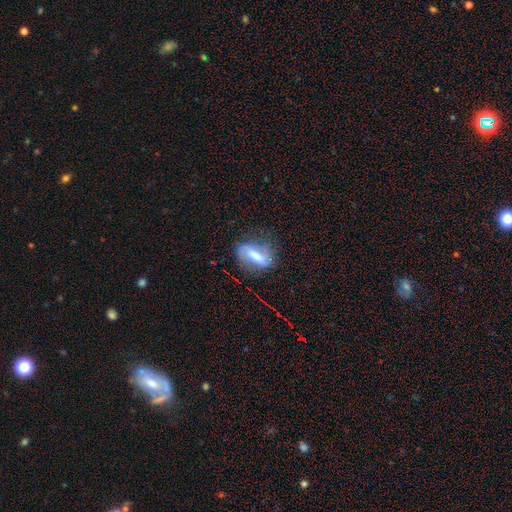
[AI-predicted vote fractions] A featured or disk galaxy (59%) with a strong bar (41%, tied with weak), spiral arms (79%) and a moderate central bulge (57%).

Vote fractions:
- Smooth or featured? featured or disk: 59% / smooth: 33% / star or artifact: 9%
- Edge-on disk? no: 90% / yes: 10%
- Bar? strong: 41% (tied) / weak: 41% (tied) / no: 18%
- Spiral arms? yes: 79% / no: 21%
- Bulge size? moderate: 57% / large: 19% / small: 18% / none: 4% / dominant: 2%
- Merging? none: 65% / minor disturbance: 22% / major disturbance: 11% / merger: 2%